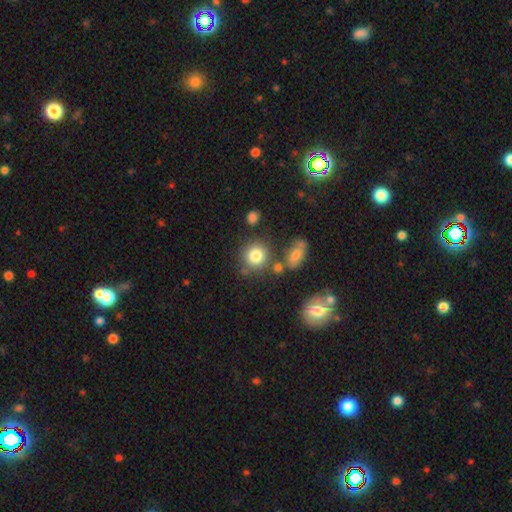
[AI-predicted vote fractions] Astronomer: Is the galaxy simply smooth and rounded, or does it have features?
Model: smooth — 81%.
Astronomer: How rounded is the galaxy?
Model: round — 85%.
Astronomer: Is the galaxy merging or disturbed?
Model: none — 69%.